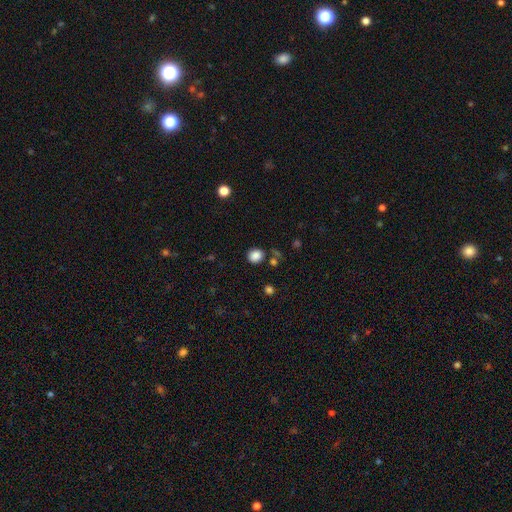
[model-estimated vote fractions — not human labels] smooth-or-featured: smooth: 85% | star or artifact: 11% | featured or disk: 4%
  how-rounded: round: 75% | in between: 24% | cigar-shaped: 1%
  merging: none: 81% | minor disturbance: 10% | merger: 6% | major disturbance: 4%